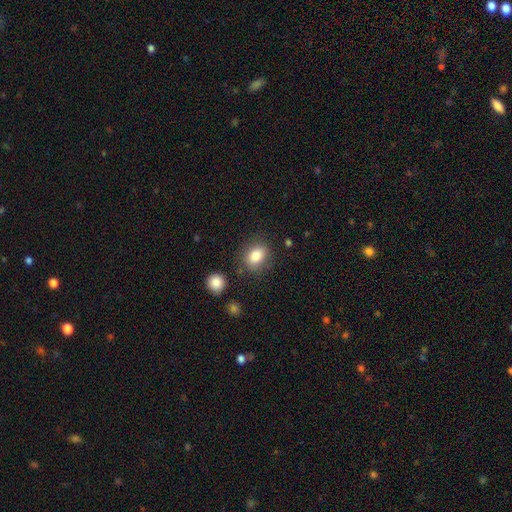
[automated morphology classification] This appears to be a smooth galaxy with no disk features (82%) that is in between round and cigar-shaped (52%). Merging: none (79%).